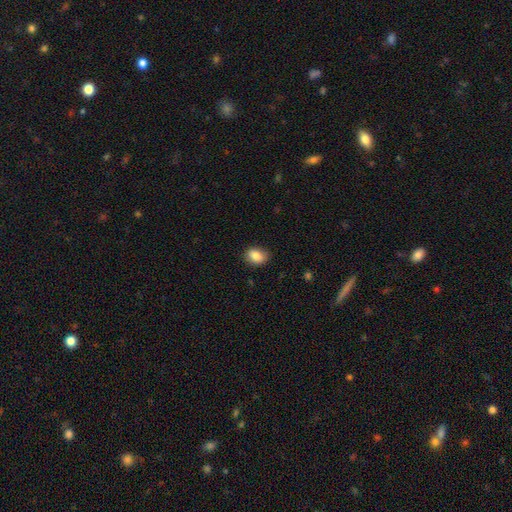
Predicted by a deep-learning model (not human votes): Smooth or featured? smooth (85%)
How rounded? in between (66%)
Merging? none (82%)